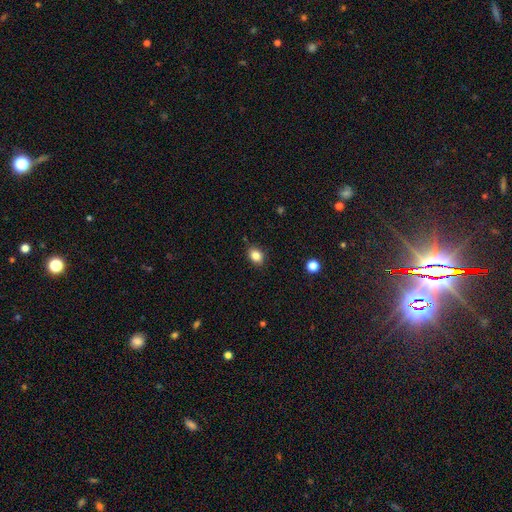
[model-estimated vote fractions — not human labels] Smooth or featured? Predicted: smooth (p=0.84). How rounded? Predicted: in between (p=0.61). Merging? Predicted: none (p=0.85).